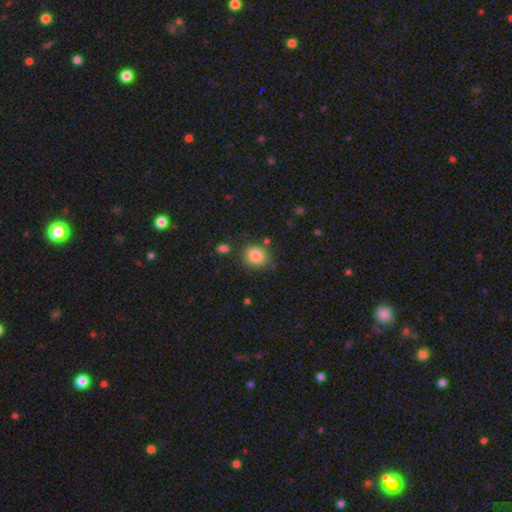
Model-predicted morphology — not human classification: smooth_or_featured: smooth (p=0.85) [alt: star or artifact p=0.09]
how_rounded: round (p=0.76) [alt: in between p=0.23]
merging: none (p=0.77) [alt: minor disturbance p=0.15]